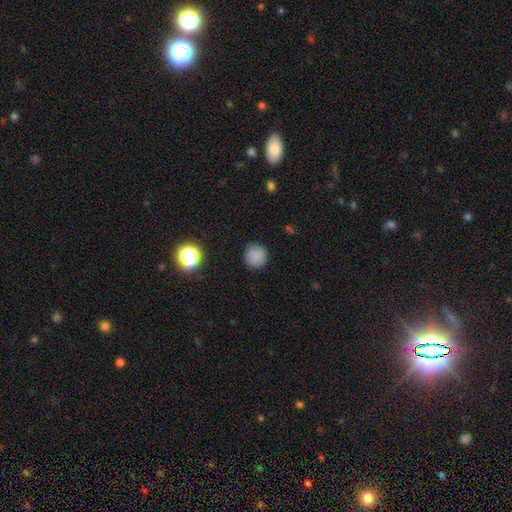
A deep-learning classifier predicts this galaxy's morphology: A smooth galaxy with no disk features (84%) that is round (92%).

Vote fractions:
- Smooth or featured? smooth: 84% / star or artifact: 12% / featured or disk: 4%
- How rounded? round: 92% / in between: 7% / cigar-shaped: 1%
- Merging? none: 87% / minor disturbance: 9% / major disturbance: 2% / merger: 1%